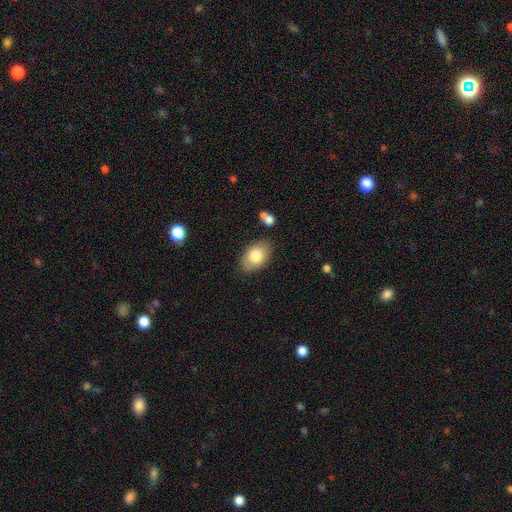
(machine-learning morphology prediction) The model was most divided on "smooth or featured": smooth: 79%, featured or disk: 14%, star or artifact: 7%. More confident: how rounded — in between (90%); merging — none (82%).